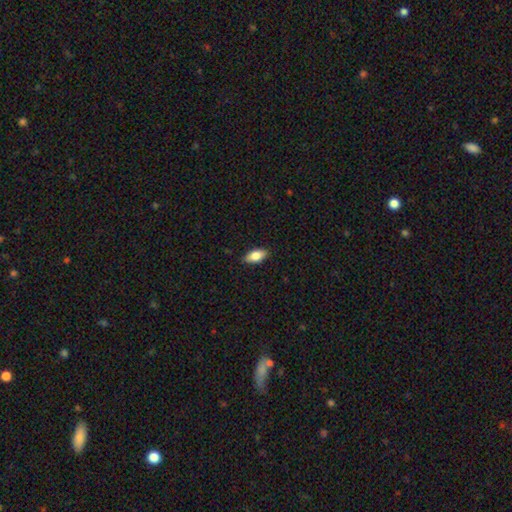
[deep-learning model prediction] Overall: smooth (79%). How rounded: in between (87%). Merging: none (87%).